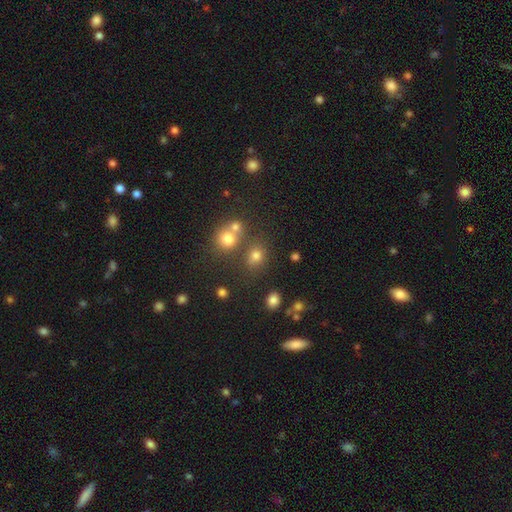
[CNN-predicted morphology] Smooth or featured? Predicted: smooth (p=0.72). How rounded? Predicted: round (p=0.62). Merging? Predicted: none (p=0.64).